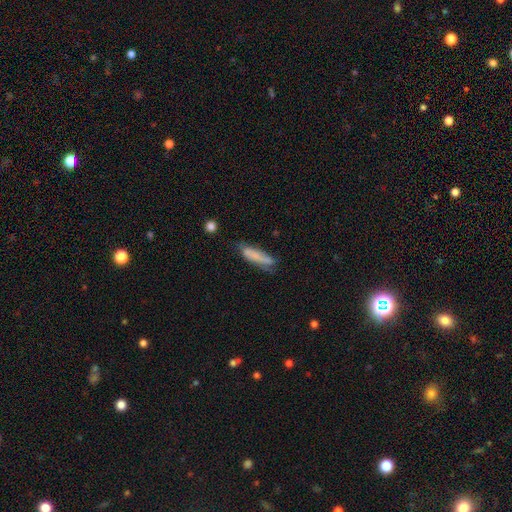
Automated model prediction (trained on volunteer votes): The model was most divided on "merging": none: 52%, minor disturbance: 30%, major disturbance: 12%, merger: 6%. More confident: how rounded — cigar-shaped (74%); smooth or featured — smooth (67%).